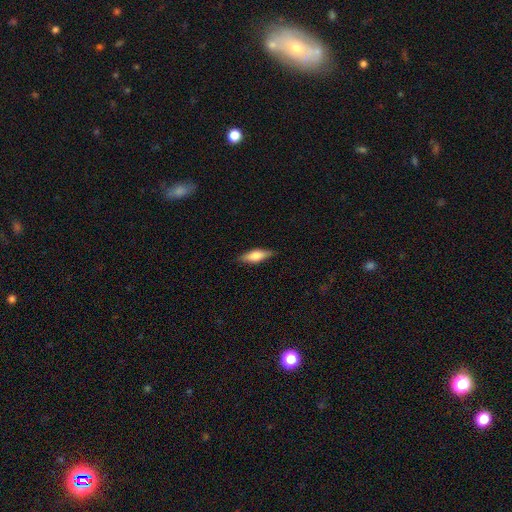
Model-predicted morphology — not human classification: smooth_or_featured: smooth (p=0.67) [alt: featured or disk p=0.27]
how_rounded: in between (p=0.59) [alt: cigar-shaped p=0.39]
merging: none (p=0.84) [alt: minor disturbance p=0.12]